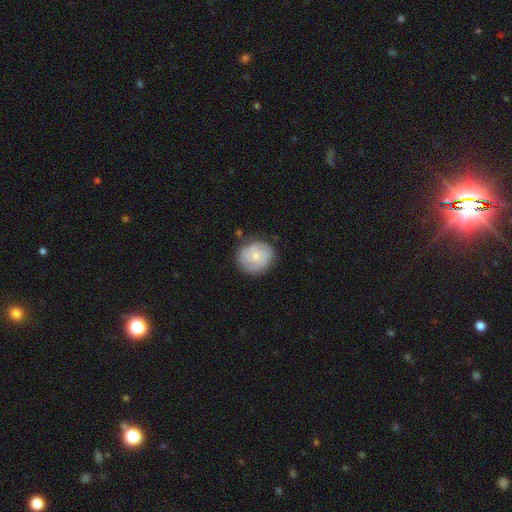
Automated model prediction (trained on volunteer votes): This is likely a featured or disk galaxy (68%). It is clearly not viewed edge-on (98%). Bar: likely no (72%). Spiral arm pattern: clearly yes (93%). Spiral arm count: marginally 3 (36%). Spiral winding: likely tight (63%). Central bulge: likely small (62%). Merging: likely none (80%).